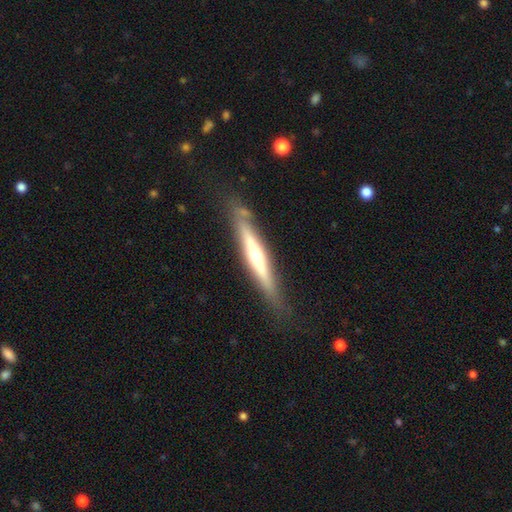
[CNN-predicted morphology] Smooth or featured?
  - featured or disk: 62% *
  - smooth: 32%
  - star or artifact: 6%
Edge-on disk?
  - yes: 93% *
  - no: 7%
Edge-on bulge?
  - rounded: 73% *
  - none: 20%
  - boxy: 7%
Merging?
  - none: 79% *
  - minor disturbance: 14%
  - major disturbance: 4%
  - merger: 3%